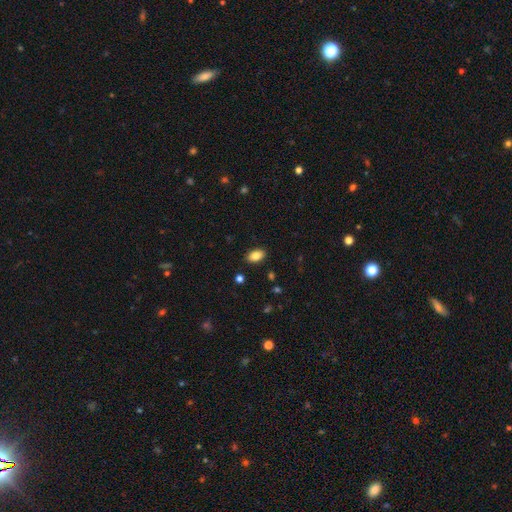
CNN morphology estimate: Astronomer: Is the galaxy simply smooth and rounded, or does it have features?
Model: smooth — 86%.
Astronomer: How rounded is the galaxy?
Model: in between — 92%.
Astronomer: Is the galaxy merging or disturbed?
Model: none — 89%.